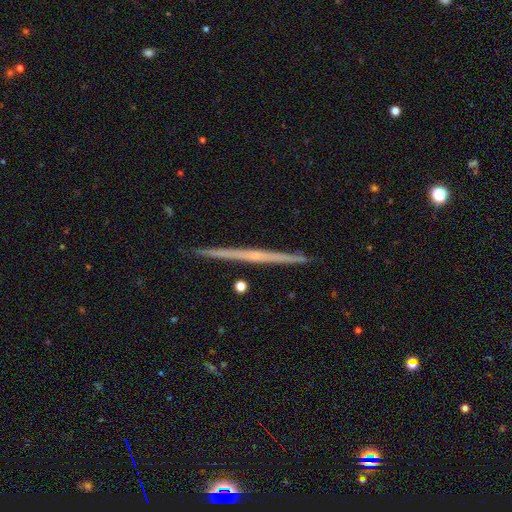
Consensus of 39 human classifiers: Smooth or featured?
  - featured or disk: 64% *
  - smooth: 33%
  - star or artifact: 3%
Edge-on disk?
  - yes: 96% *
  - no: 4%
Edge-on bulge?
  - none: 50% * (tied)
  - rounded: 50% * (tied)
  - boxy: 0%
Merging?
  - none: 97% *
  - minor disturbance: 3%
  - major disturbance: 0%
  - merger: 0%